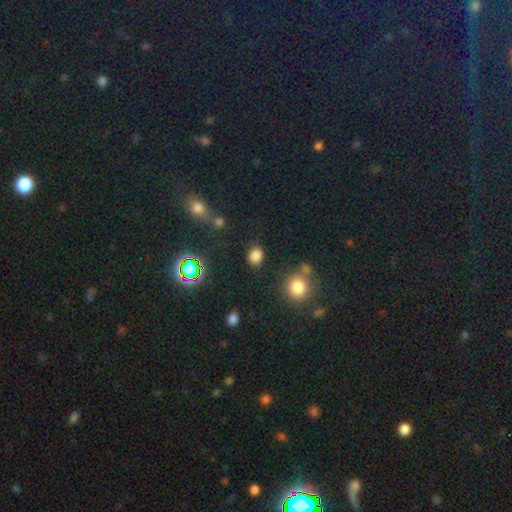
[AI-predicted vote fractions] This is likely a smooth galaxy (78%). How rounded: possibly round (54%). Merging: likely none (80%).